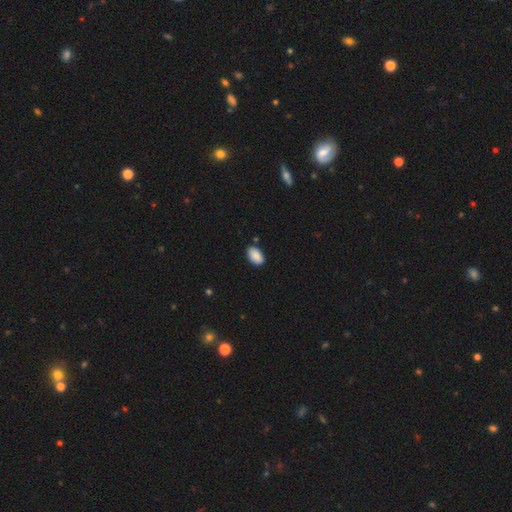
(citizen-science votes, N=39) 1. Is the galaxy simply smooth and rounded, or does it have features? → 92% smooth, 8% star or artifact, 0% featured or disk.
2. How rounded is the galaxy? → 97% in between, 3% round, 0% cigar-shaped.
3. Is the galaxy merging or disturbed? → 89% none, 8% minor disturbance, 3% major disturbance, 0% merger.